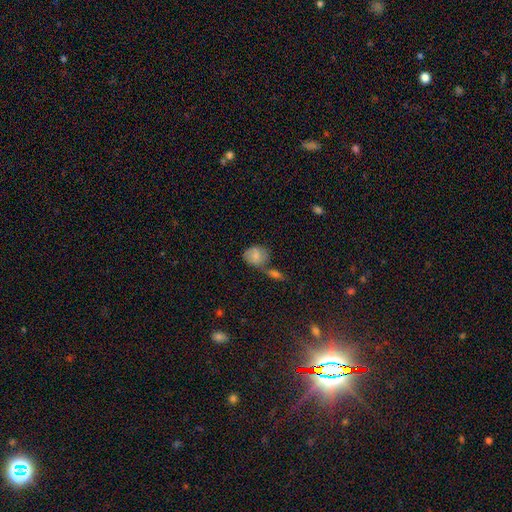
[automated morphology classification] Smooth or featured: smooth — 78% (featured or disk — 14%)
How rounded: round — 59% (in between — 39%)
Merging: none — 45% (merger — 30%)